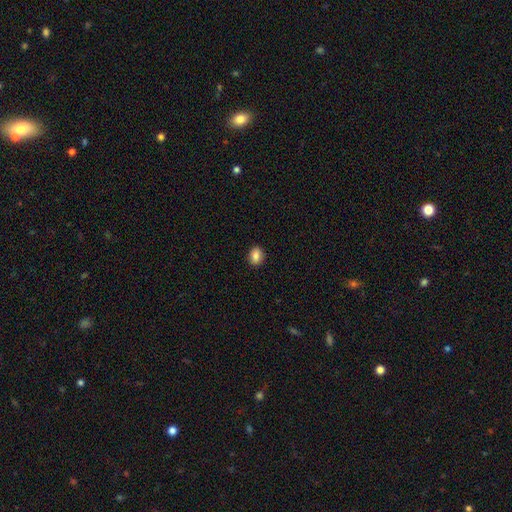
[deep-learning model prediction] This is clearly a smooth galaxy (85%). How rounded: possibly in between (54%). Merging: clearly none (90%).